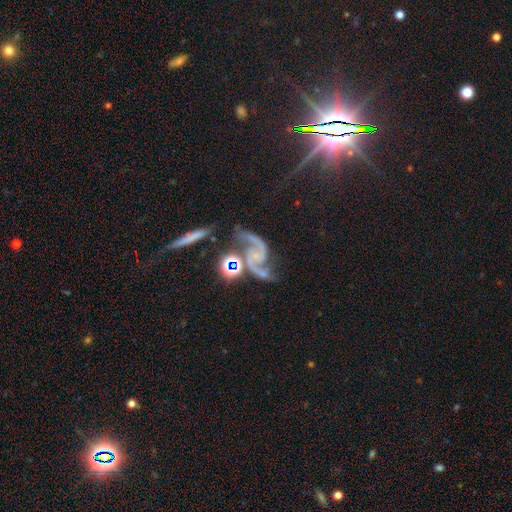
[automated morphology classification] smooth_or_featured: featured or disk (p=0.88) [alt: star or artifact p=0.08]
disk_edge_on: no (p=0.97) [alt: yes p=0.03]
bar: no (p=0.60) [alt: weak p=0.30]
has_spiral_arms: yes (p=0.97) [alt: no p=0.03]
spiral_winding: loose (p=0.52) [alt: medium p=0.39]
spiral_arm_count: 2 (p=0.91) [alt: 3 p=0.03]
bulge_size: small (p=0.59) [alt: none p=0.26]
merging: none (p=0.50) [alt: minor disturbance p=0.20]